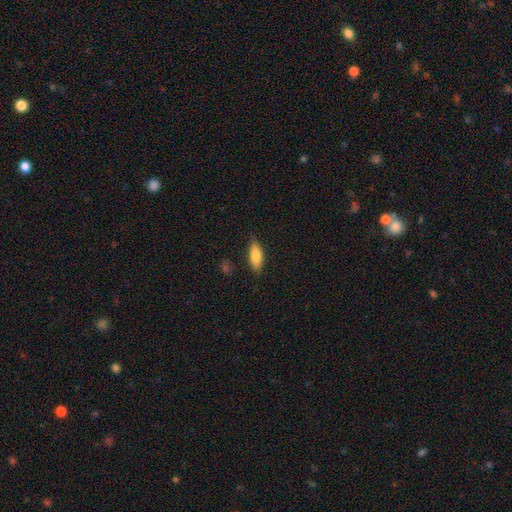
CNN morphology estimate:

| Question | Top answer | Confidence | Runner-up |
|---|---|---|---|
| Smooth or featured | smooth | 78% | featured or disk (16%) |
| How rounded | in between | 68% | cigar-shaped (30%) |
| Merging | none | 83% | minor disturbance (13%) |